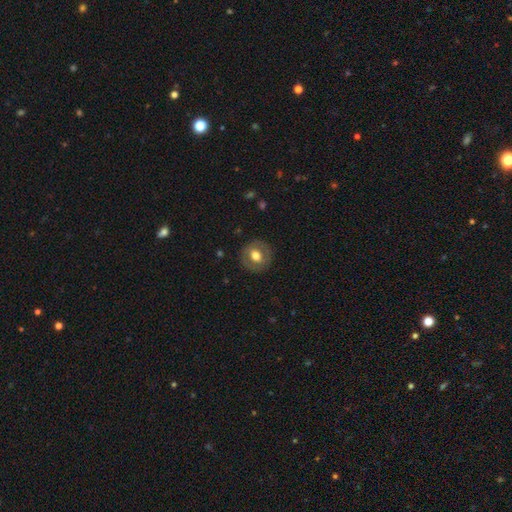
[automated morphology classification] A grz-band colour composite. It shows a smooth galaxy with no disk features (57%) that is round (84%). Merging: none (87%).